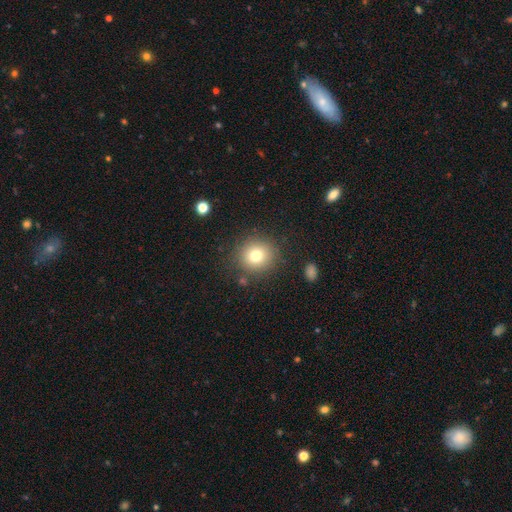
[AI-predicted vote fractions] Smooth or featured? Predicted: smooth (p=0.76). How rounded? Predicted: round (p=0.90). Merging? Predicted: none (p=0.86).